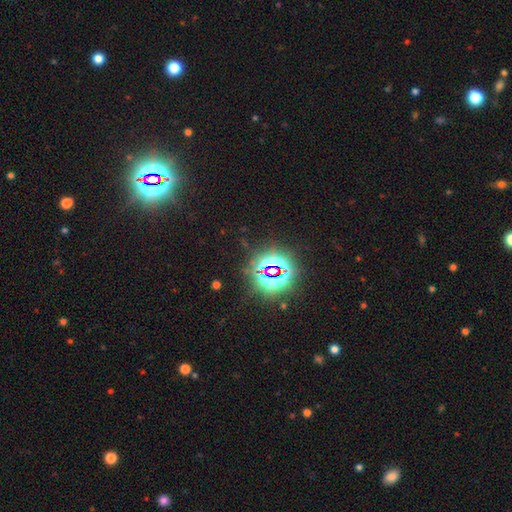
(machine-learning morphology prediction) Smooth or featured? star or artifact (83%)